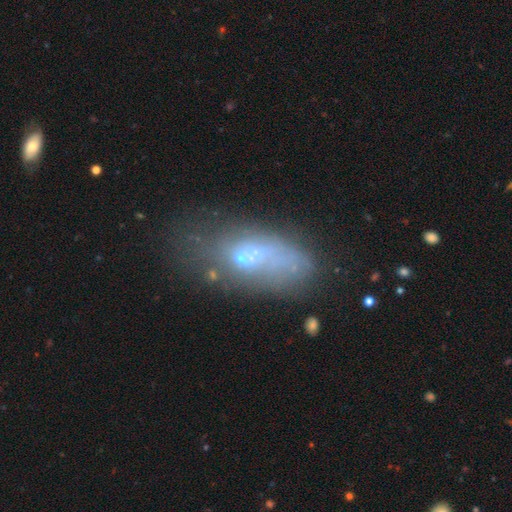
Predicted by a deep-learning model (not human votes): Smooth or featured: smooth — 46% (featured or disk — 40%)
Merging: none — 39% (minor disturbance — 25%)